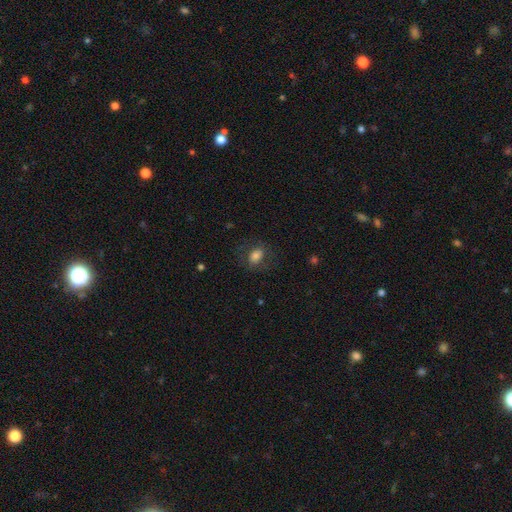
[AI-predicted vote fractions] This appears to be a smooth galaxy with no disk features (73%) that is in between round and cigar-shaped (72%). Merging: none (70%).